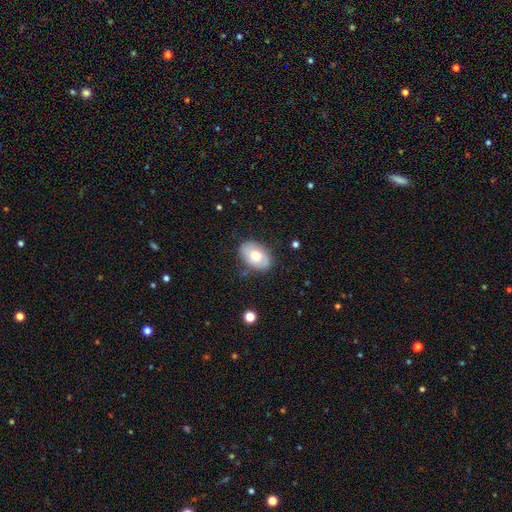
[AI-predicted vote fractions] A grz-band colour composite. It shows a smooth galaxy with no disk features (62%) that is in between round and cigar-shaped (85%). Merging: none (80%).